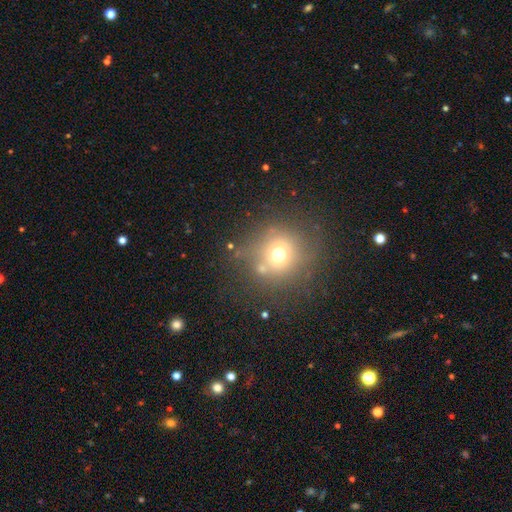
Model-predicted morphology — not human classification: Smooth or featured? Predicted: smooth (p=0.58). How rounded? Predicted: round (p=0.91). Merging? Predicted: none (p=0.76).